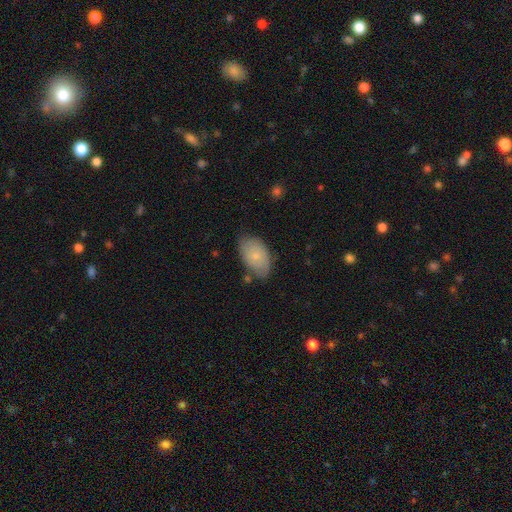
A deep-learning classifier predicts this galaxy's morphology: Smooth or featured: smooth — 66% (featured or disk — 28%)
How rounded: in between — 91% (round — 7%)
Merging: none — 68% (minor disturbance — 24%)